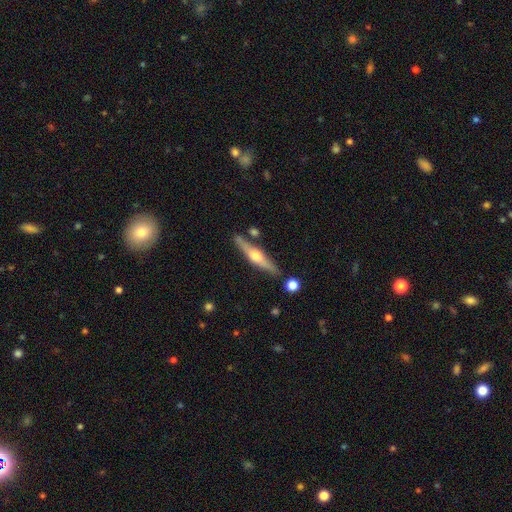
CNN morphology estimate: featured or disk 68%, smooth 27%, star or artifact 5%. Down the decision tree: edge-on disk — yes (96%); edge-on bulge — rounded (94%); merging — none (82%).